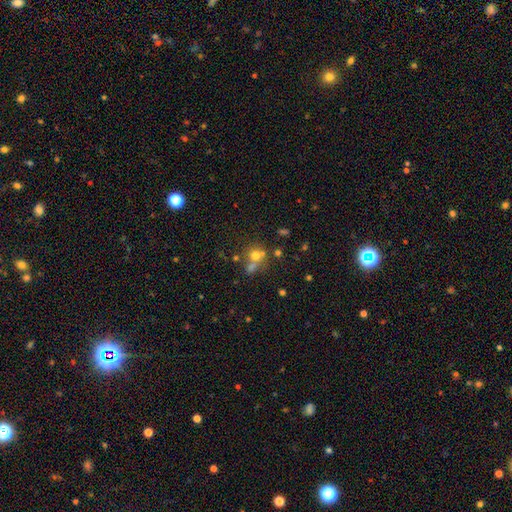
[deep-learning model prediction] Smooth or featured? Predicted: smooth (p=0.61). How rounded? Predicted: round (p=0.81). Merging? Predicted: none (p=0.44).